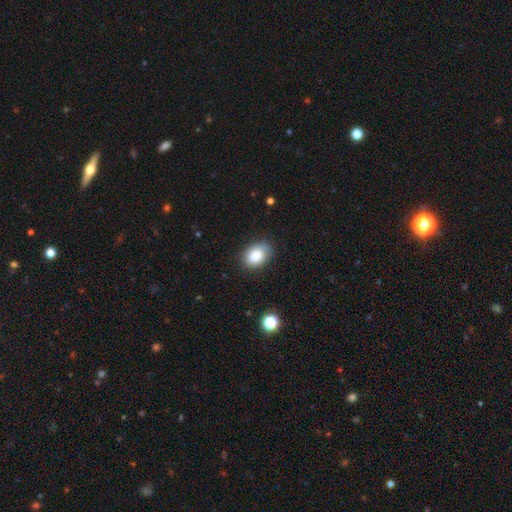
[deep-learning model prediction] Smooth or featured: smooth — 86% (star or artifact — 8%)
How rounded: in between — 81% (round — 18%)
Merging: none — 79% (minor disturbance — 16%)